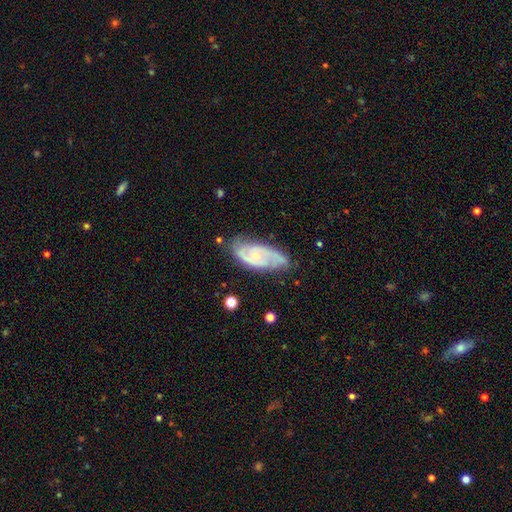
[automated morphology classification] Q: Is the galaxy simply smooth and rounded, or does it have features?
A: featured or disk — 83%.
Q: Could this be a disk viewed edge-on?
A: no — 93%.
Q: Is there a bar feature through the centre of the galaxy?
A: no — 63%.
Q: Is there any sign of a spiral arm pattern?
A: yes — 93%.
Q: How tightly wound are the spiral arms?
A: tight — 46%.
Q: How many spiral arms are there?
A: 2 — 63%.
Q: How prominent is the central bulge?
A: small — 62%.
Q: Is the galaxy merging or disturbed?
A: none — 68%.